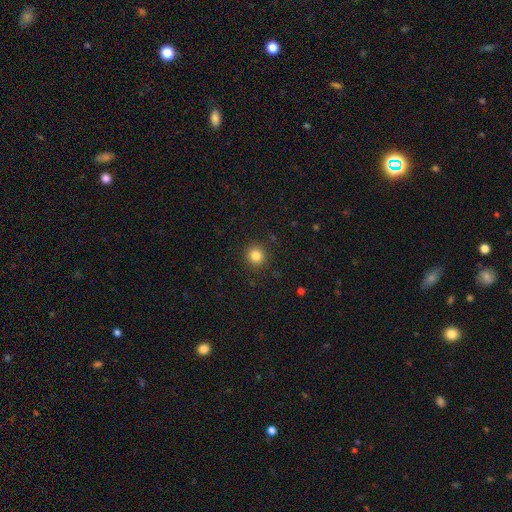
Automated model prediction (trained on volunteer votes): This appears to be a smooth galaxy with no disk features (83%) that is round (92%). Merging: none (91%).